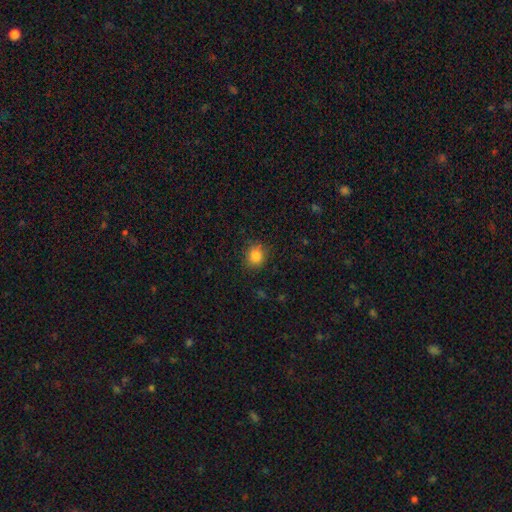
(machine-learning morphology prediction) type=smooth (83%); roundness=round (76%); merging=none (84%).